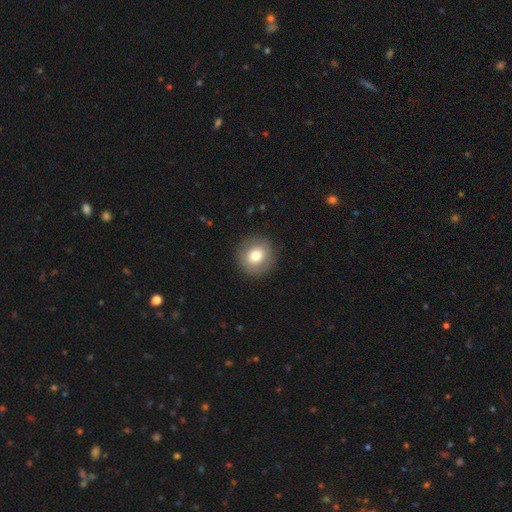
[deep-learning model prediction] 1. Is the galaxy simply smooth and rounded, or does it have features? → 76% smooth, 15% featured or disk, 9% star or artifact.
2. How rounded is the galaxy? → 91% round, 8% in between, 1% cigar-shaped.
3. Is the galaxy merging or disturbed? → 89% none, 7% minor disturbance, 3% major disturbance, 1% merger.